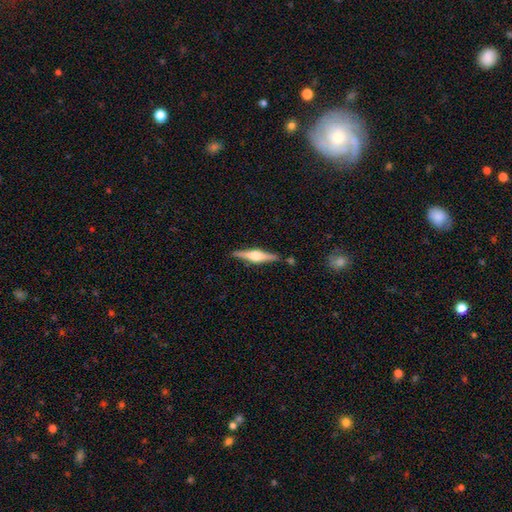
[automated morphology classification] Smooth or featured: featured or disk — 76% (smooth — 19%)
Edge-on disk: yes — 98% (no — 2%)
Edge-on bulge: rounded — 86% (boxy — 12%)
Merging: none — 86% (minor disturbance — 9%)